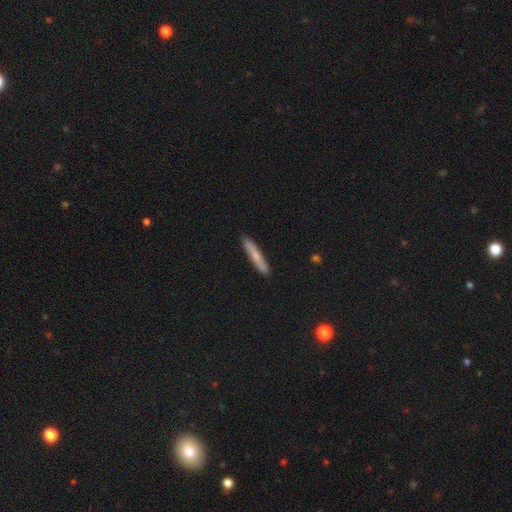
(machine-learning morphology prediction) Smooth or featured? Predicted: smooth (p=0.67). How rounded? Predicted: cigar-shaped (p=0.93). Merging? Predicted: none (p=0.88).